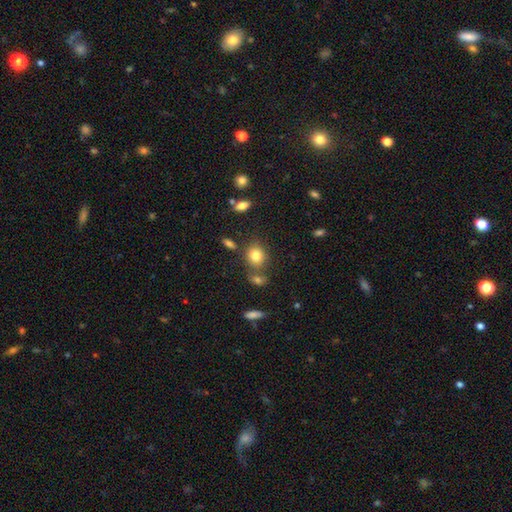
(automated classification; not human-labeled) smooth-or-featured: smooth: 80% | star or artifact: 11% | featured or disk: 9%
  how-rounded: round: 67% | in between: 32% | cigar-shaped: 1%
  merging: none: 68% | merger: 15% | minor disturbance: 12% | major disturbance: 4%